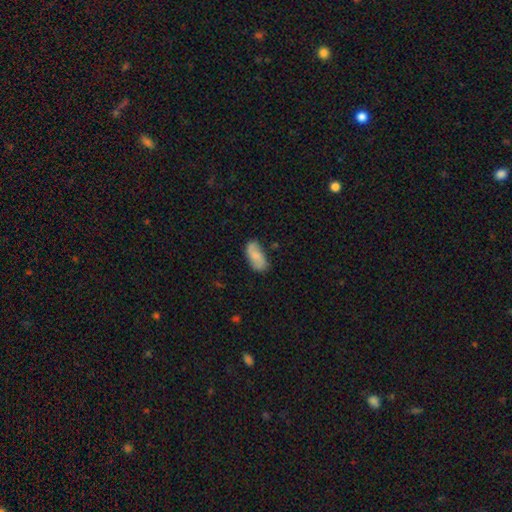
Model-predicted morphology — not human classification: Smooth or featured? Predicted: smooth (p=0.62). How rounded? Predicted: in between (p=0.90). Merging? Predicted: none (p=0.67).